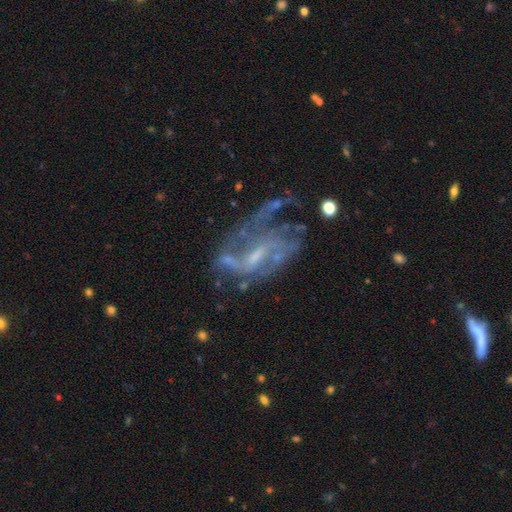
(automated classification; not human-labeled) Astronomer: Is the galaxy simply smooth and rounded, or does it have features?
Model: featured or disk — 80%.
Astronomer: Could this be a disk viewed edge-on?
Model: no — 96%.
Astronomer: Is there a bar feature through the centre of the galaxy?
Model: weak — 47% (runner-up: no, 35%).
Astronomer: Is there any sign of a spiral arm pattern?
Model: yes — 77%.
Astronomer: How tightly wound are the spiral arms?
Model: medium — 40%, tied with loose at 40%.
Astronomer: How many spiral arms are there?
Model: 2 — 33% (runner-up: can't tell, 32%).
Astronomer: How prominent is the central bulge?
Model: small — 51%.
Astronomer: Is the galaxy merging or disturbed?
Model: major disturbance — 37% (runner-up: none, 36%).